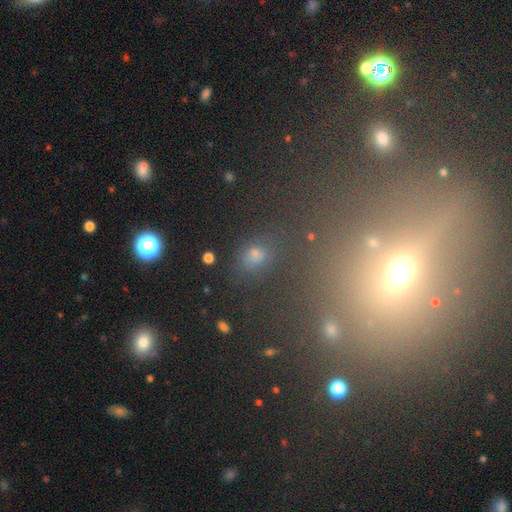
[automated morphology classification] This appears to be a smooth galaxy with no disk features (60%) that is in between round and cigar-shaped (54%). Merging: none (72%).